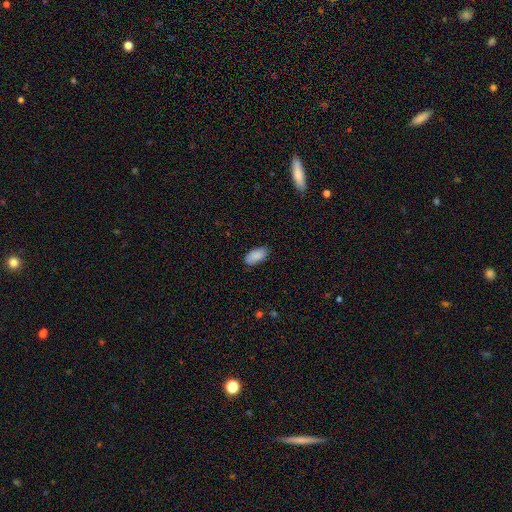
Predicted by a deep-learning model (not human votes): Smooth or featured: smooth — 89% (star or artifact — 6%)
How rounded: in between — 93% (cigar-shaped — 5%)
Merging: none — 83% (minor disturbance — 14%)